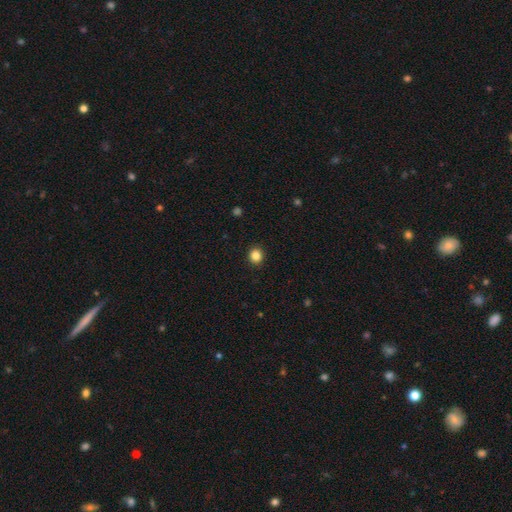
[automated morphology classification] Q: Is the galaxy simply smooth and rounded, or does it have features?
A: smooth — 85%.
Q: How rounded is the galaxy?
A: round — 85%.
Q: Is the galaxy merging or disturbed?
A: none — 92%.